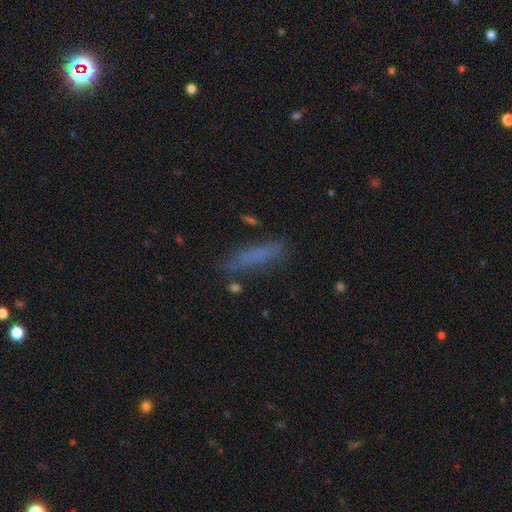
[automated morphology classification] This is likely a smooth galaxy (69%). How rounded: clearly cigar-shaped (87%). Merging: likely none (79%).